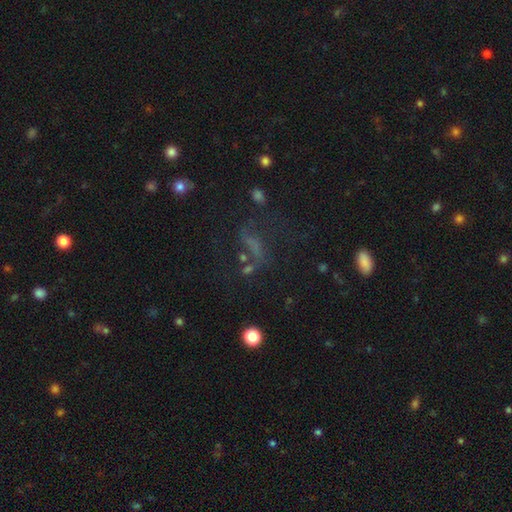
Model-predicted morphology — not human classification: Smooth or featured?
  - star or artifact: 40% *
  - featured or disk: 30%
  - smooth: 29%